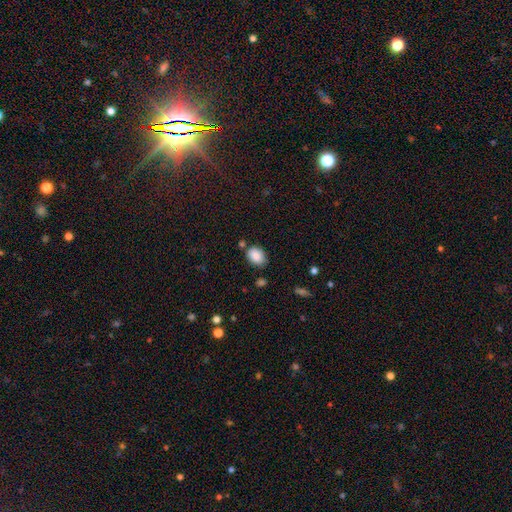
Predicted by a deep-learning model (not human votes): smooth 88%, star or artifact 8%, featured or disk 5%. Down the decision tree: how rounded — in between (78%); merging — none (74%).